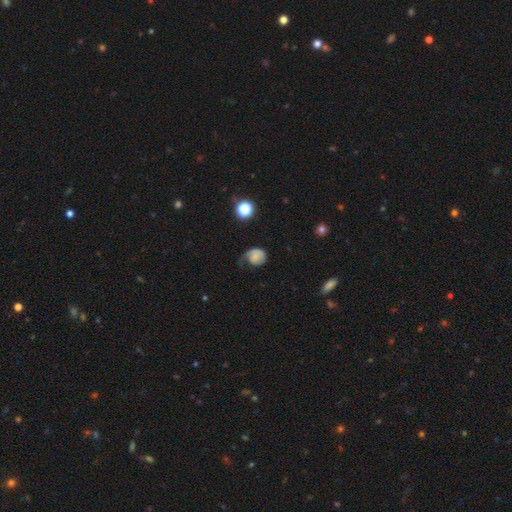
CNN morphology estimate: smooth_or_featured: smooth (p=0.48) [alt: featured or disk p=0.42]
merging: major disturbance (p=0.37) [alt: none p=0.31]